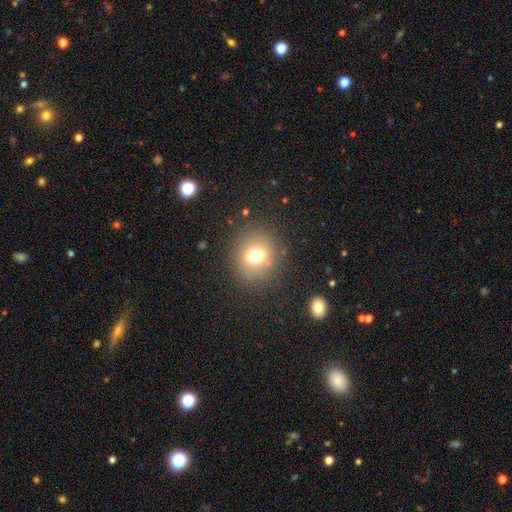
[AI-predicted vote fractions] Smooth or featured?
  - smooth: 69% *
  - featured or disk: 16%
  - star or artifact: 14%
How rounded?
  - round: 75% *
  - in between: 24%
  - cigar-shaped: 1%
Merging?
  - none: 82% *
  - minor disturbance: 10%
  - major disturbance: 5%
  - merger: 2%